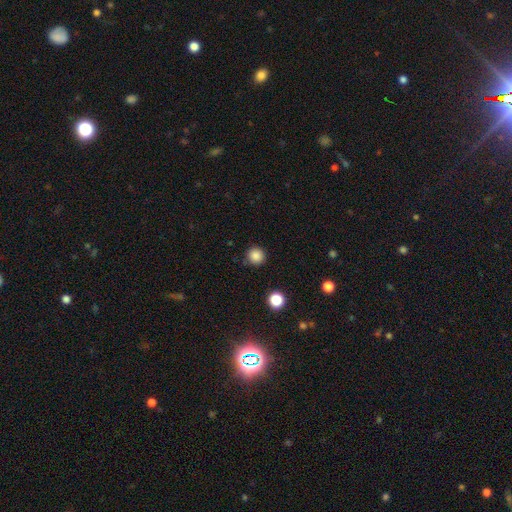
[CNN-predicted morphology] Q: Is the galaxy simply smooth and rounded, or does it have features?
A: smooth — 85%.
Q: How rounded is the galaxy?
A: round — 95%.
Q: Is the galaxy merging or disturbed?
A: none — 87%.